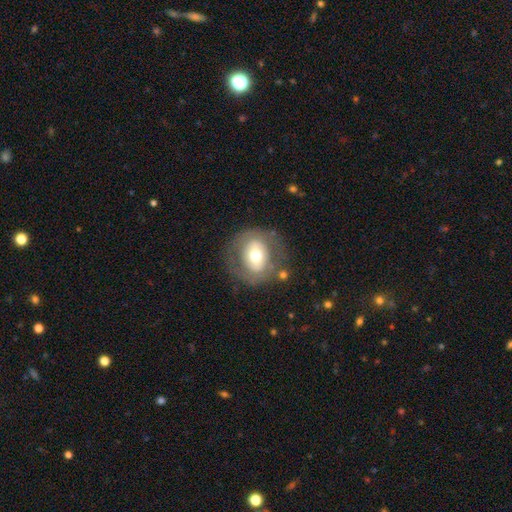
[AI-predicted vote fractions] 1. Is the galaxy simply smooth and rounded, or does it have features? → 49% smooth, 43% featured or disk, 8% star or artifact.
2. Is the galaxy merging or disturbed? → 73% none, 14% minor disturbance, 9% major disturbance, 3% merger.